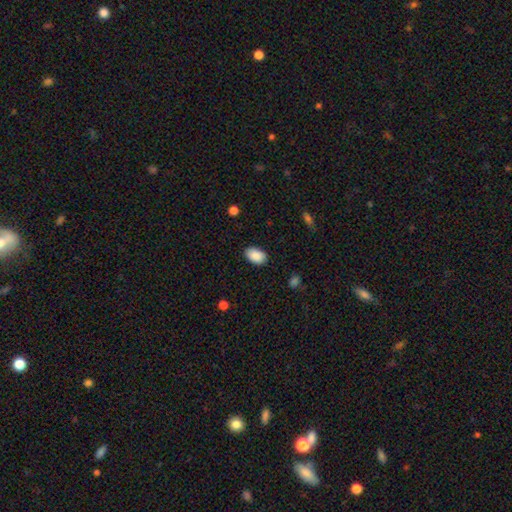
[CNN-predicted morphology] type=smooth (89%); roundness=in between (90%); merging=none (87%).